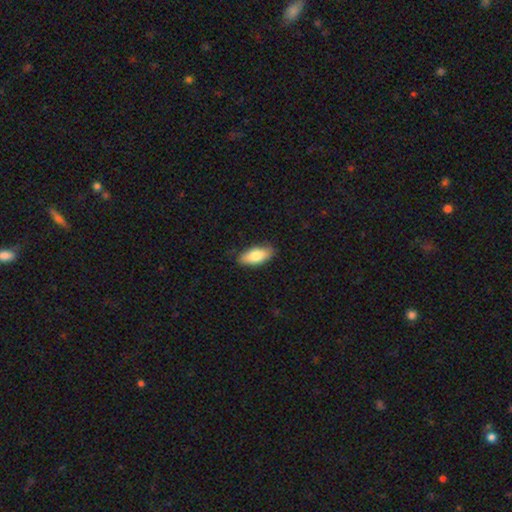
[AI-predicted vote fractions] Smooth or featured? Predicted: smooth (p=0.80). How rounded? Predicted: in between (p=0.83). Merging? Predicted: none (p=0.84).